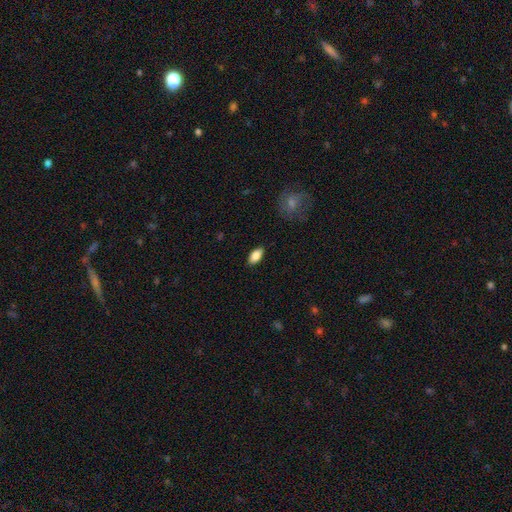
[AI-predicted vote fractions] Q: Smooth or featured?
A: smooth (86%); runner-up: star or artifact (7%)
Q: How rounded?
A: in between (90%); runner-up: cigar-shaped (7%)
Q: Merging?
A: none (88%); runner-up: minor disturbance (9%)